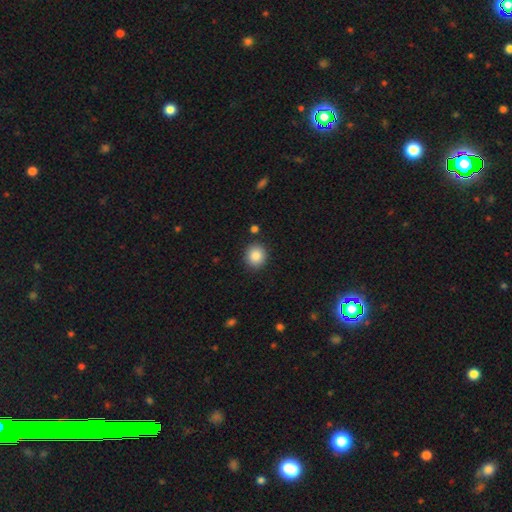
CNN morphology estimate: smooth 87%, star or artifact 8%, featured or disk 4%. Down the decision tree: how rounded — round (84%); merging — none (88%).